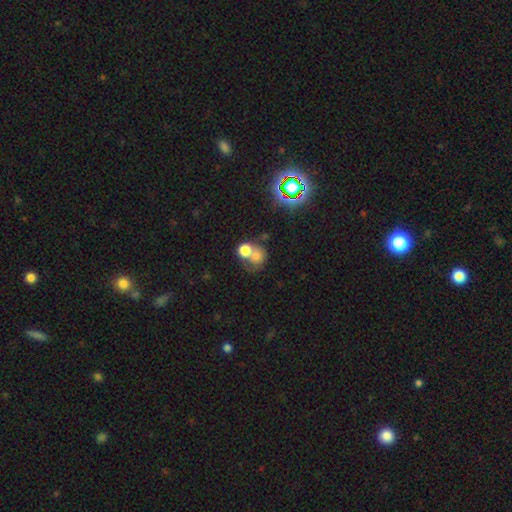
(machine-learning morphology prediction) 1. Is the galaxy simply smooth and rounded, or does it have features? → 66% smooth, 19% featured or disk, 15% star or artifact.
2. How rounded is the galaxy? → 72% round, 27% in between, 1% cigar-shaped.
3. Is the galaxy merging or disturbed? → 62% merger, 25% none, 7% minor disturbance, 6% major disturbance.